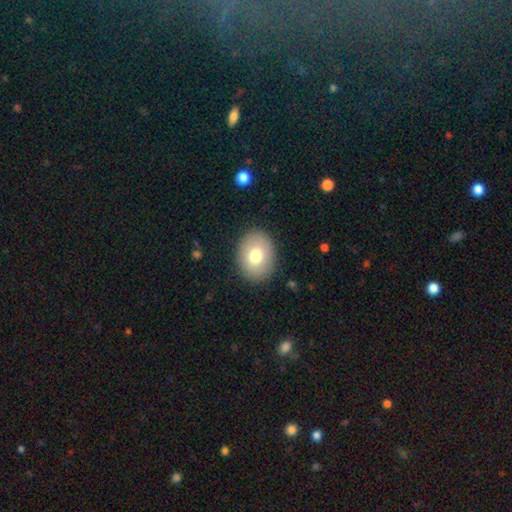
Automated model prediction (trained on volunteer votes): Smooth or featured: smooth — 75% (featured or disk — 16%)
How rounded: in between — 63% (round — 36%)
Merging: none — 88% (minor disturbance — 8%)